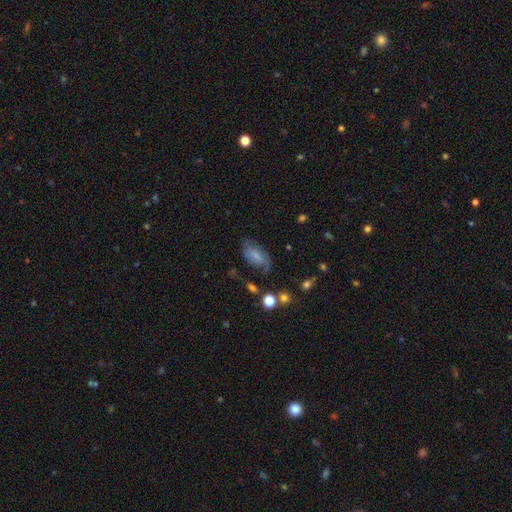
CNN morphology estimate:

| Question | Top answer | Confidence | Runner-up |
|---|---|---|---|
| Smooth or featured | smooth | 60% | featured or disk (31%) |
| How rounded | in between | 90% | cigar-shaped (6%) |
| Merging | none | 64% | minor disturbance (23%) |